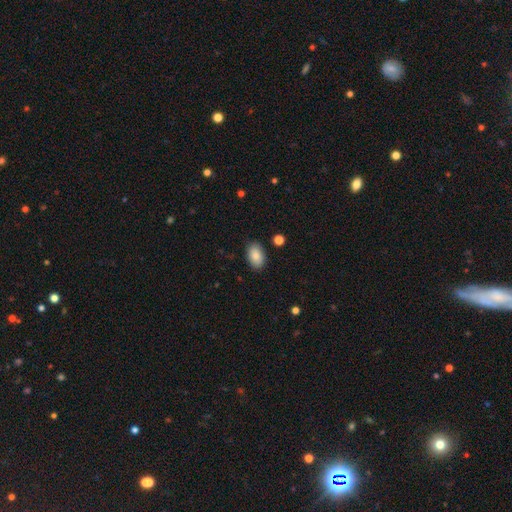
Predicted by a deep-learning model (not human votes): Q: Smooth or featured?
A: smooth (86%); runner-up: featured or disk (7%)
Q: How rounded?
A: in between (91%); runner-up: round (8%)
Q: Merging?
A: none (86%); runner-up: minor disturbance (10%)